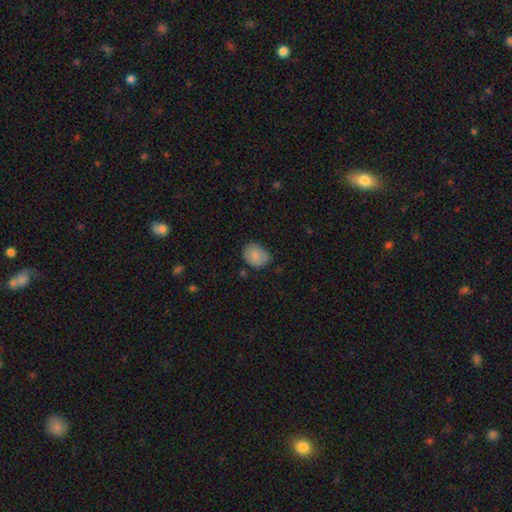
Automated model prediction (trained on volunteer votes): This is clearly a smooth galaxy (83%). How rounded: possibly in between (53%). Merging: likely none (71%).